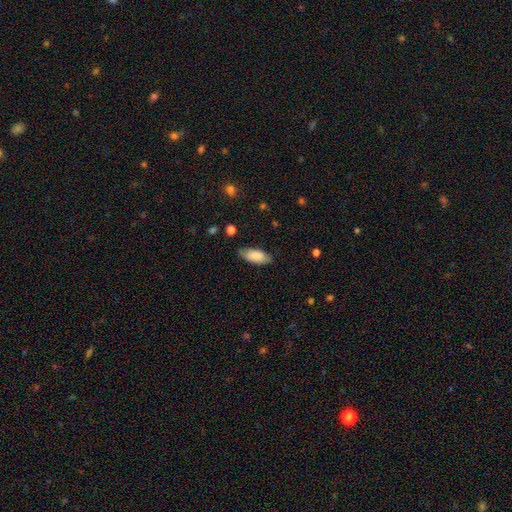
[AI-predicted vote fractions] smooth-or-featured: smooth: 86% | featured or disk: 9% | star or artifact: 6%
  how-rounded: in between: 86% | cigar-shaped: 12% | round: 2%
  merging: none: 78% | minor disturbance: 17% | major disturbance: 3% | merger: 1%